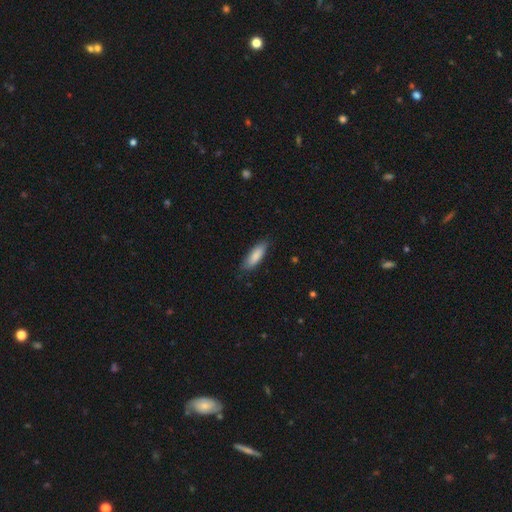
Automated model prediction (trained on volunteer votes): Morphology: type=smooth (84%); roundness=in between (57%); merging=none (80%).